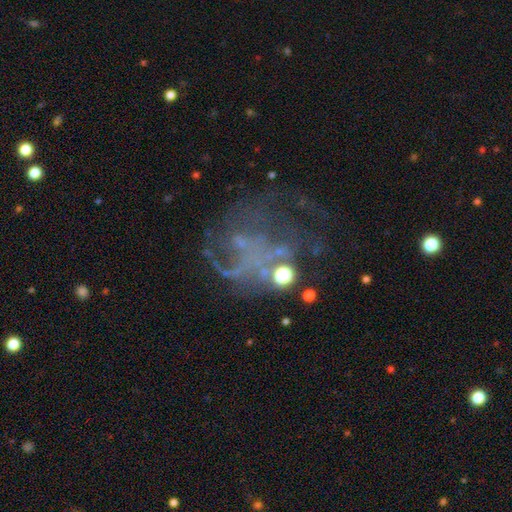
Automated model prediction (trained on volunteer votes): Q: Smooth or featured?
A: featured or disk (59%); runner-up: star or artifact (24%)
Q: Edge-on disk?
A: no (98%); runner-up: yes (2%)
Q: Bar?
A: no (85%); runner-up: weak (12%)
Q: Spiral arms?
A: no (66%); runner-up: yes (34%)
Q: Bulge size?
A: none (66%); runner-up: small (22%)
Q: Merging?
A: major disturbance (41%); runner-up: none (37%)